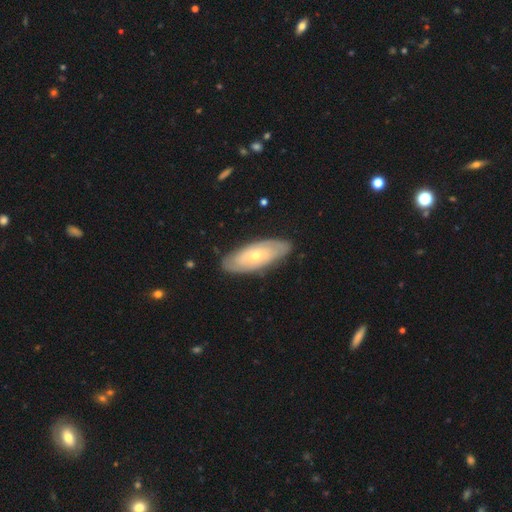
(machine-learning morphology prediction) A featured or disk galaxy (58%). Merging: none (84%).